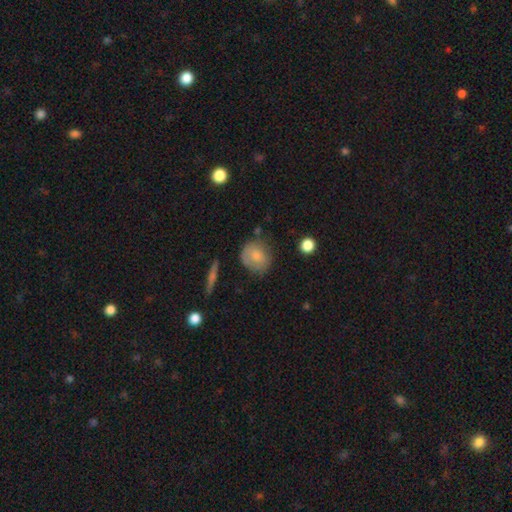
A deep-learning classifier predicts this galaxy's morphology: The model was most divided on "merging": none: 65%, minor disturbance: 25%, major disturbance: 7%, merger: 3%. More confident: smooth or featured — smooth (76%); how rounded — round (73%).